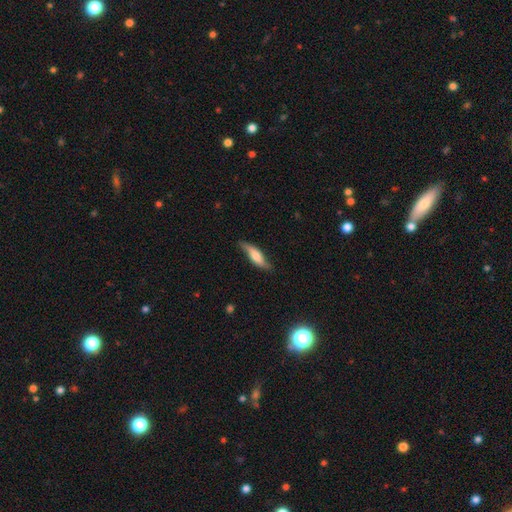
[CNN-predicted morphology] Smooth or featured? Predicted: smooth (p=0.53). How rounded? Predicted: cigar-shaped (p=0.61). Merging? Predicted: none (p=0.71).